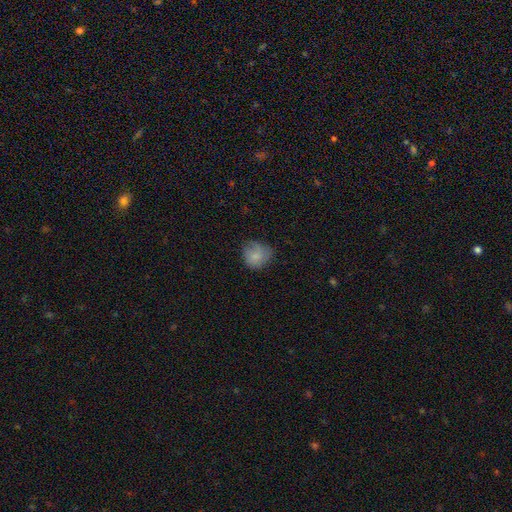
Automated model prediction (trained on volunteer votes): Morphology: type=smooth (80%); roundness=round (79%); merging=none (63%).